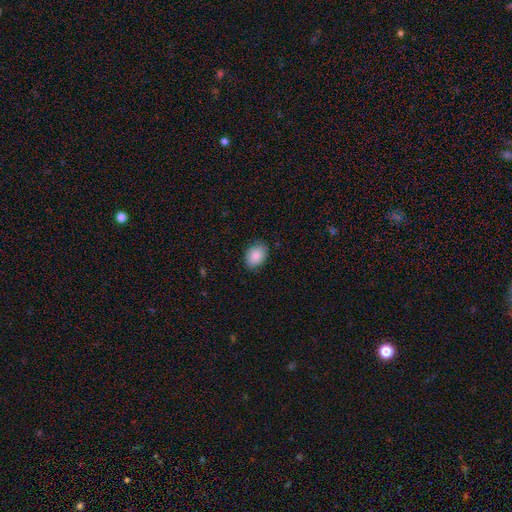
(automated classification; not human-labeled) A smooth galaxy with no disk features (88%) that is in between round and cigar-shaped (80%). Merging: none (85%).